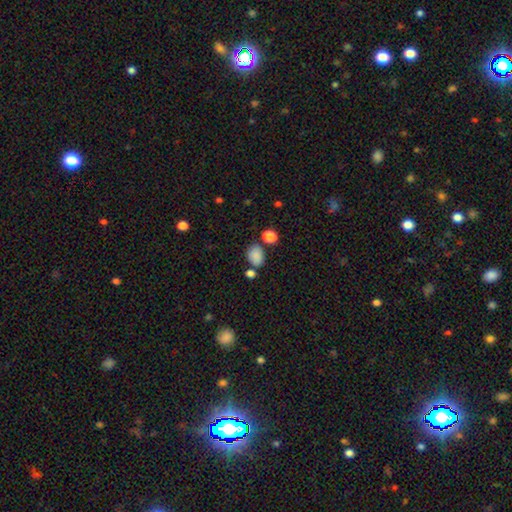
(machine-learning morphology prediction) Smooth or featured: smooth — 84% (star or artifact — 11%)
How rounded: in between — 73% (round — 25%)
Merging: none — 68% (minor disturbance — 15%)